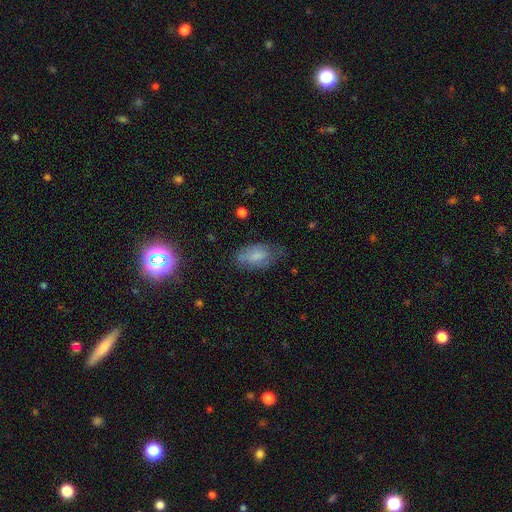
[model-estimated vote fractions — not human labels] smooth-or-featured: smooth: 69% | featured or disk: 22% | star or artifact: 10%
  how-rounded: in between: 90% | cigar-shaped: 5% | round: 5%
  merging: none: 58% | minor disturbance: 28% | major disturbance: 11% | merger: 2%